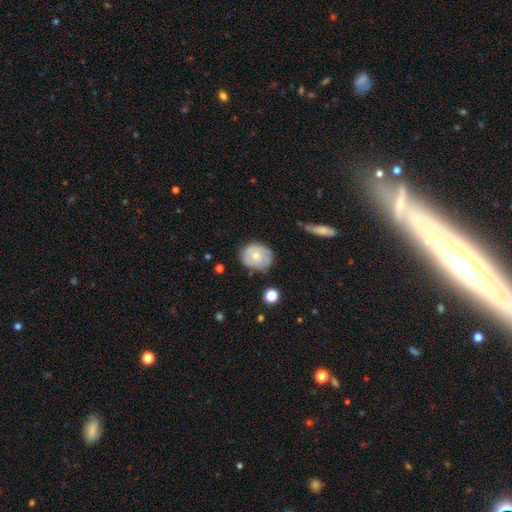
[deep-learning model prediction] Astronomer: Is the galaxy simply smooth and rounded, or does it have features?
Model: smooth — 52% (runner-up: featured or disk, 41%).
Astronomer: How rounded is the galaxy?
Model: round — 72%.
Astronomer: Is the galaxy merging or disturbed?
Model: none — 69%.